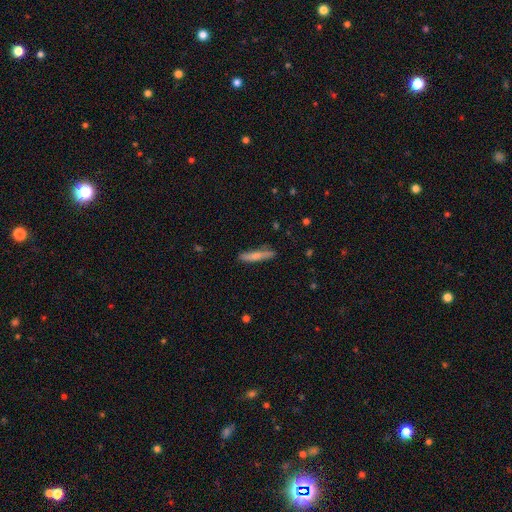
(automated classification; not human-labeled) Q: Smooth or featured?
A: smooth (69%); runner-up: featured or disk (25%)
Q: How rounded?
A: cigar-shaped (91%); runner-up: in between (8%)
Q: Merging?
A: none (84%); runner-up: minor disturbance (12%)